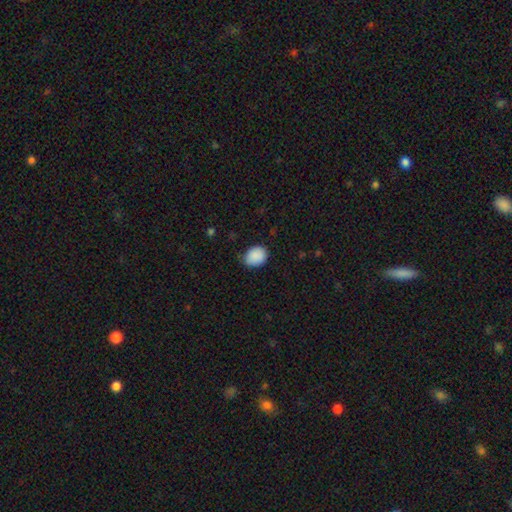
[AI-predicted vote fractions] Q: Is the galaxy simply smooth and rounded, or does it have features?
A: smooth — 89%.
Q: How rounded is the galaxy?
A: round — 51%.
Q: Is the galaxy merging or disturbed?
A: none — 76%.